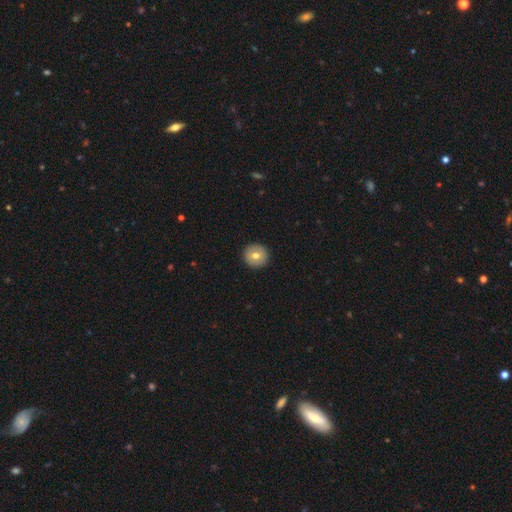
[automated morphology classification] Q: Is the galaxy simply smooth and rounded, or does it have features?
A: smooth — 65%.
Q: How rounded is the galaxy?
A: round — 95%.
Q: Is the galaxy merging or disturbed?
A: none — 92%.